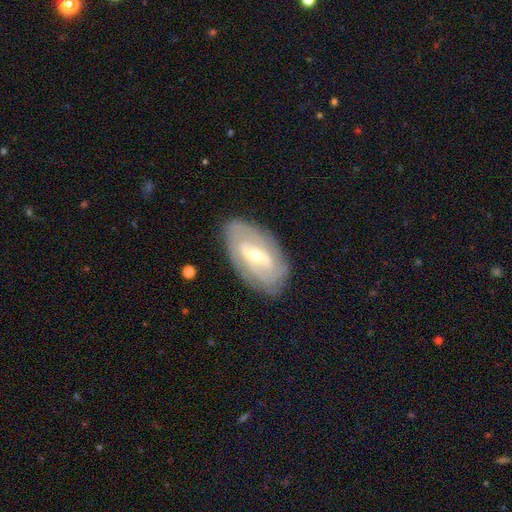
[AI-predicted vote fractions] Q: Smooth or featured?
A: featured or disk (80%); runner-up: smooth (15%)
Q: Edge-on disk?
A: no (93%); runner-up: yes (7%)
Q: Bar?
A: strong (45%); runner-up: weak (39%)
Q: Spiral arms?
A: yes (81%); runner-up: no (19%)
Q: Spiral winding?
A: tight (59%); runner-up: medium (30%)
Q: Spiral arm count?
A: 2 (49%); runner-up: can't tell (33%)
Q: Bulge size?
A: moderate (53%); runner-up: small (43%)
Q: Merging?
A: none (81%); runner-up: minor disturbance (13%)